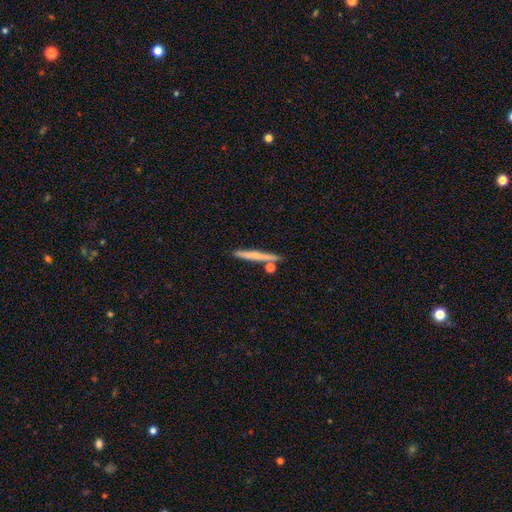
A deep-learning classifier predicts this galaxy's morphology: smooth-or-featured: smooth: 58% | featured or disk: 35% | star or artifact: 7%
  how-rounded: cigar-shaped: 95% | in between: 3% | round: 2%
  merging: none: 81% | minor disturbance: 9% | merger: 8% | major disturbance: 2%